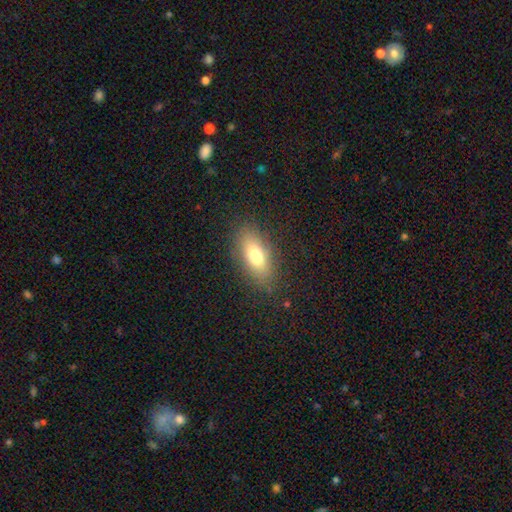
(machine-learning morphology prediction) This appears to be a smooth galaxy with no disk features (74%) that is in between round and cigar-shaped (84%). Merging: none (83%).